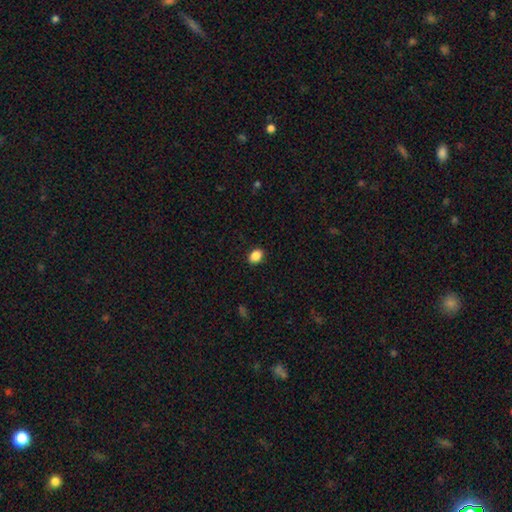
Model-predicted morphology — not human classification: Smooth or featured? smooth (88%)
How rounded? in between (65%)
Merging? none (90%)